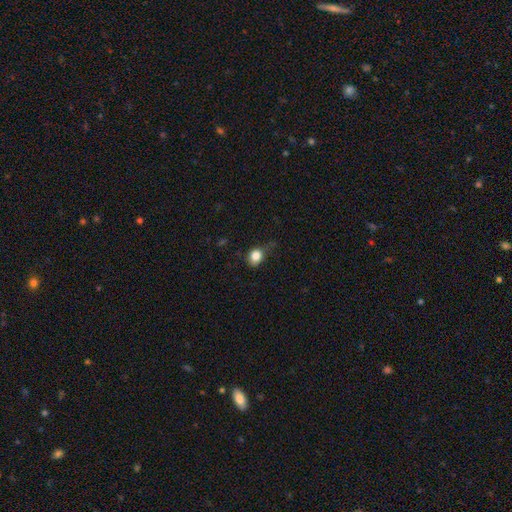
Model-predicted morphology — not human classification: type=smooth (83%); roundness=round (64%); merging=none (52%).